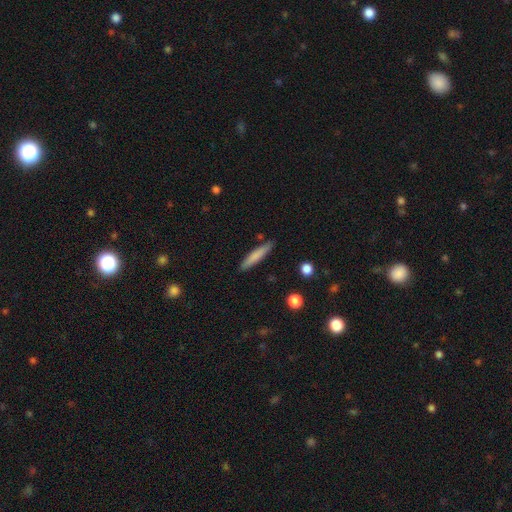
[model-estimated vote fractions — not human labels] This appears to be a smooth galaxy with no disk features (75%) that is cigar-shaped (91%). Merging: none (87%).